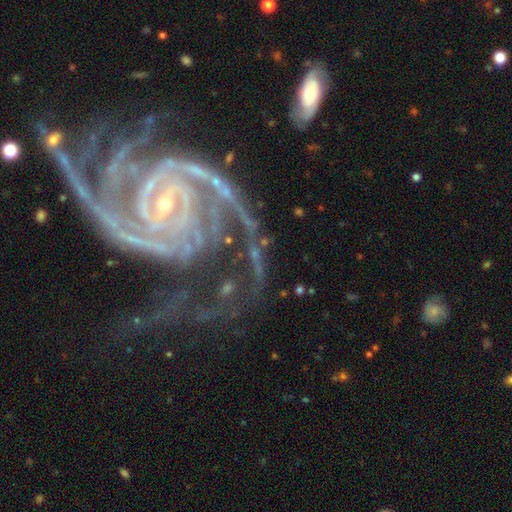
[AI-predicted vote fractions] The model was most divided on "bar": strong: 41%, weak: 33%, no: 27%. Remaining: spiral arms — yes (98%); edge-on disk — no (97%); smooth or featured — featured or disk (89%); bulge size — small (78%); spiral winding — tight (60%); merging — none (50%); spiral arm count — 2 (36%).